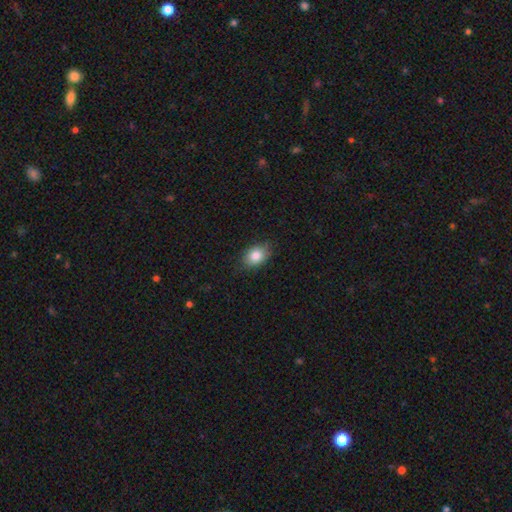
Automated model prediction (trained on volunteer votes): Smooth or featured? smooth (84%)
How rounded? in between (73%)
Merging? none (80%)